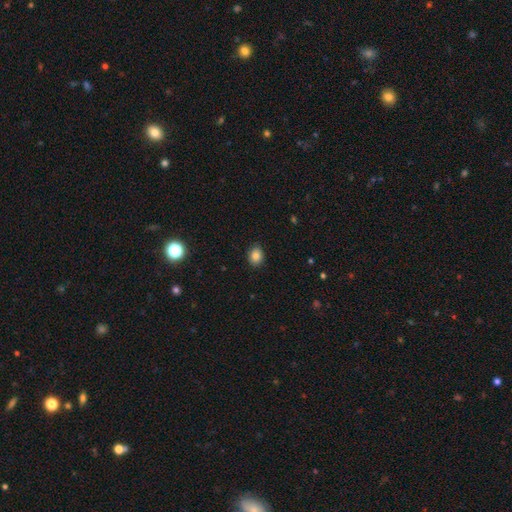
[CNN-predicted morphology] smooth 83%, star or artifact 10%, featured or disk 6%. Down the decision tree: how rounded — in between (50%); merging — none (86%).